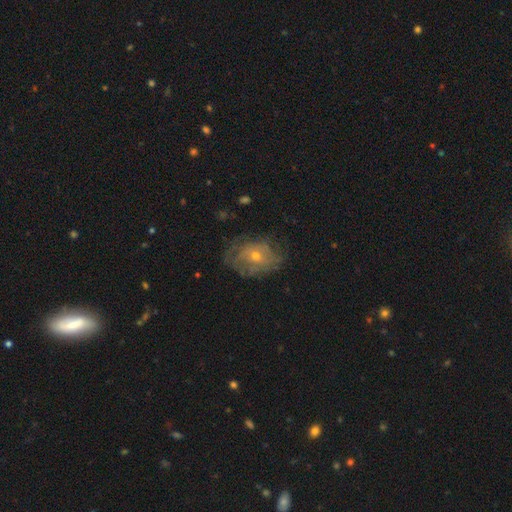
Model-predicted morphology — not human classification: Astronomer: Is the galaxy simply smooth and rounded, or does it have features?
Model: featured or disk — 60%.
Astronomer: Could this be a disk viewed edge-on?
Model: no — 96%.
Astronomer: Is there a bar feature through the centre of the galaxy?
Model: no — 77%.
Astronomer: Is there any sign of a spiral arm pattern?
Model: yes — 59% (runner-up: no, 41%).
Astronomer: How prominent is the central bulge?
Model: small — 54% (runner-up: moderate, 43%).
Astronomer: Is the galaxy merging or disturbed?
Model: none — 60%.